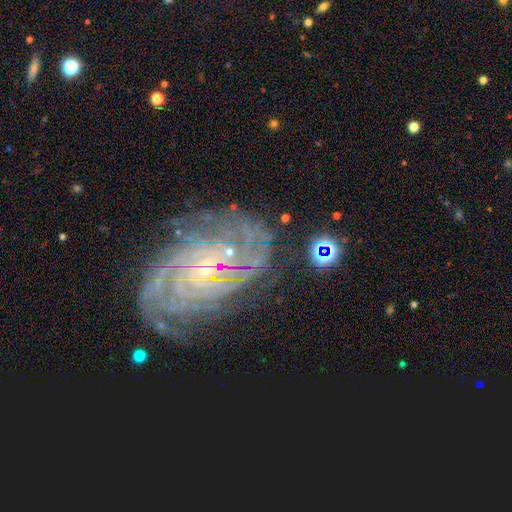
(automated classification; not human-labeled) The model was most divided on "spiral arm count": more than 4: 28%, can't tell: 25%, 4: 18%, 3: 11%, 2: 10%, 1: 8%. More confident: spiral arms — yes (97%); edge-on disk — no (97%); smooth or featured — featured or disk (84%); bulge size — small (84%); merging — none (76%); spiral winding — tight (76%); bar — no (57%).